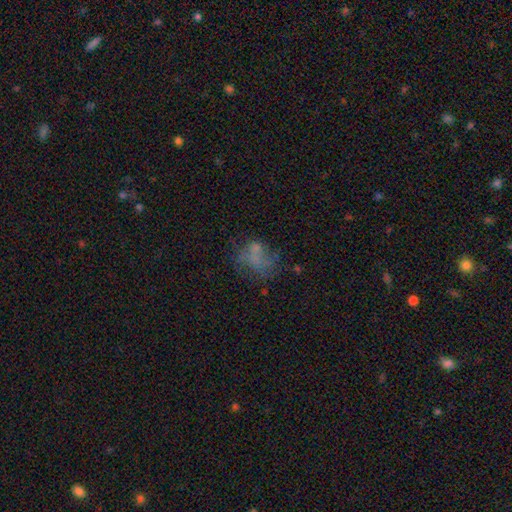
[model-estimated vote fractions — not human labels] Smooth or featured?
  - smooth: 47% *
  - featured or disk: 34%
  - star or artifact: 18%
Merging?
  - none: 40% *
  - major disturbance: 28%
  - minor disturbance: 20%
  - merger: 12%